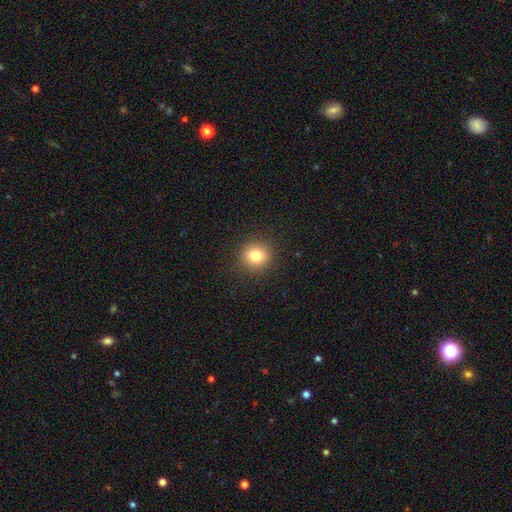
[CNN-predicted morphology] A smooth galaxy with no disk features (81%) that is round (90%). Merging: none (91%).